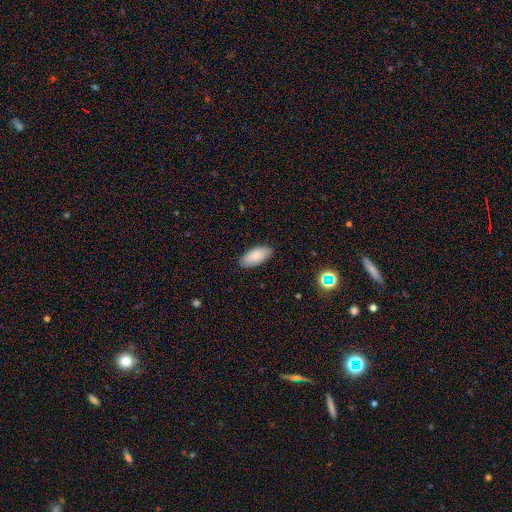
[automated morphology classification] smooth-or-featured: smooth: 80% | featured or disk: 14% | star or artifact: 7%
  how-rounded: in between: 92% | cigar-shaped: 6% | round: 2%
  merging: none: 85% | minor disturbance: 12% | major disturbance: 2% | merger: 1%